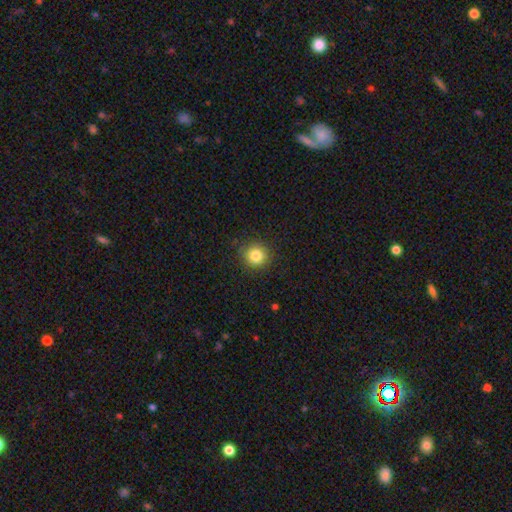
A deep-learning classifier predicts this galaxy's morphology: This is clearly a smooth galaxy (82%). How rounded: clearly round (93%). Merging: clearly none (90%).